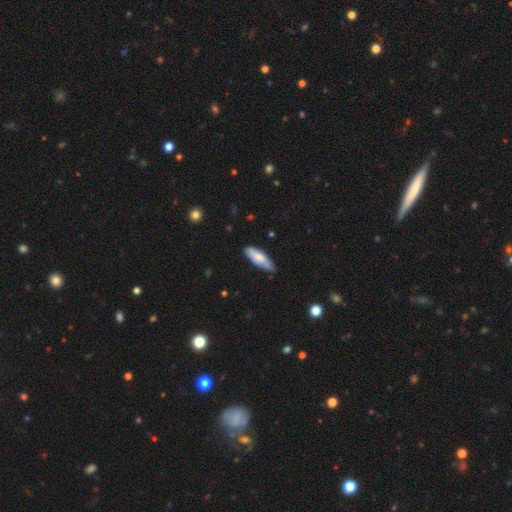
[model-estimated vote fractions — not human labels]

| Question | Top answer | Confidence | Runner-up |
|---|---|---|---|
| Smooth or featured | smooth | 72% | featured or disk (22%) |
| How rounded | in between | 58% | cigar-shaped (40%) |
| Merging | none | 66% | minor disturbance (28%) |